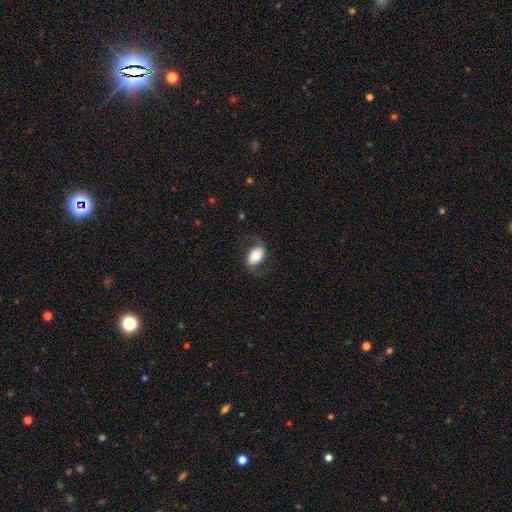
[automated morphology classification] smooth 65%, featured or disk 28%, star or artifact 7%. Down the decision tree: how rounded — in between (87%); merging — none (72%).